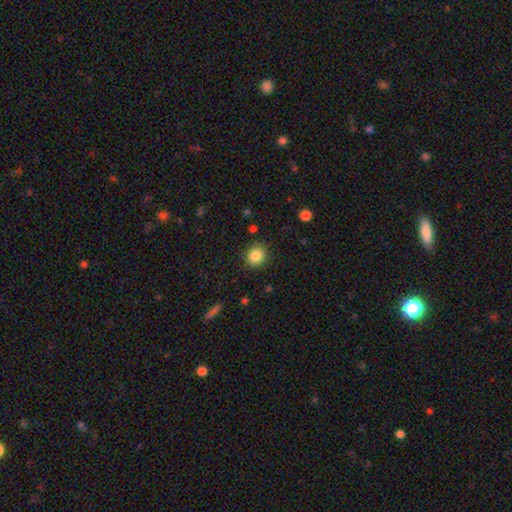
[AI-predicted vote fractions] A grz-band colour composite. It shows a smooth galaxy with no disk features (85%) that is round (85%). Merging: none (87%).